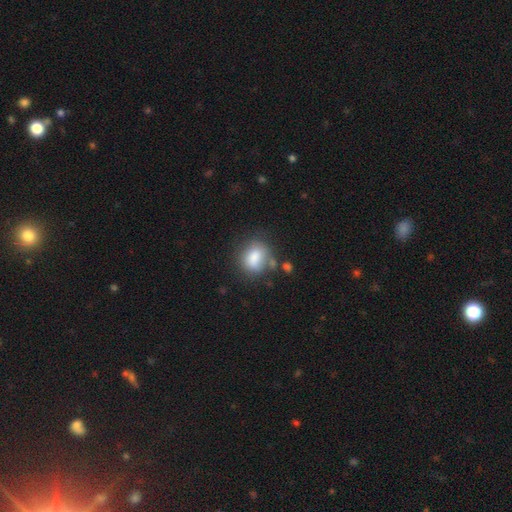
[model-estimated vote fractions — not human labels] Smooth or featured: smooth — 81% (featured or disk — 10%)
How rounded: in between — 49% (tied with round — 49%)
Merging: none — 59% (minor disturbance — 21%)